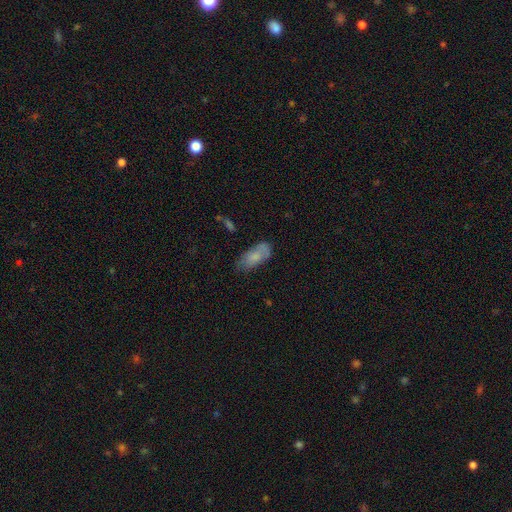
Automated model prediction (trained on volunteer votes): Smooth or featured? Predicted: smooth (p=0.69). How rounded? Predicted: in between (p=0.86). Merging? Predicted: none (p=0.56).